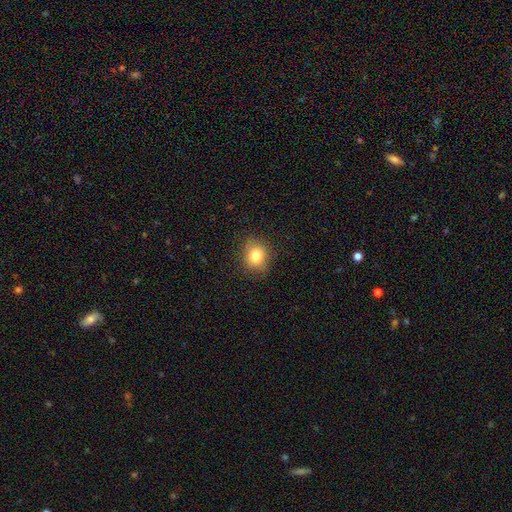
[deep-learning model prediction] This is clearly a smooth galaxy (81%). How rounded: likely round (60%). Merging: clearly none (81%).